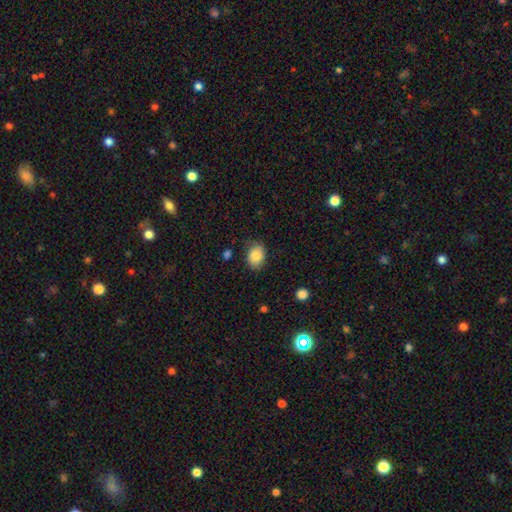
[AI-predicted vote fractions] A smooth galaxy with no disk features (83%) that is in between round and cigar-shaped (68%).

Vote fractions:
- Smooth or featured? smooth: 83% / featured or disk: 9% / star or artifact: 8%
- How rounded? in between: 68% / round: 31% / cigar-shaped: 1%
- Merging? none: 74% / minor disturbance: 20% / major disturbance: 4% / merger: 2%